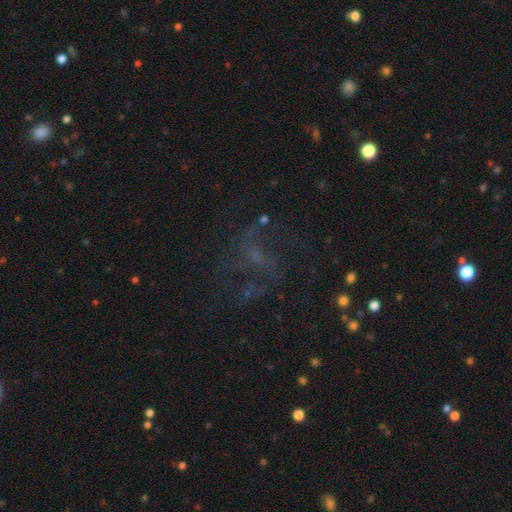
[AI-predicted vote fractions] Morphology: type=featured or disk (48%); merging=none (51%).